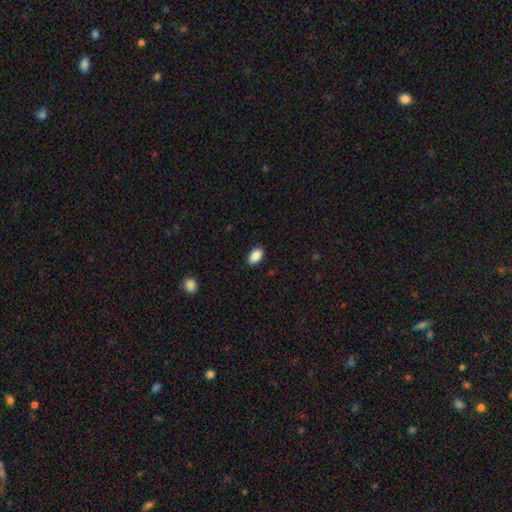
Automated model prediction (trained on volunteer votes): Overall: smooth (89%). How rounded: in between (92%). Merging: none (88%).